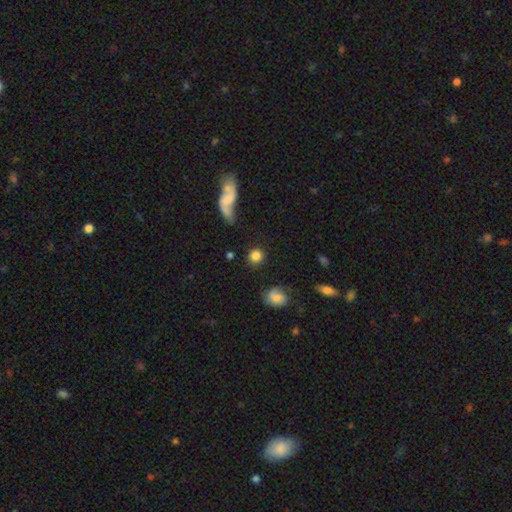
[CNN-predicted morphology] Smooth or featured? Predicted: smooth (p=0.81). How rounded? Predicted: round (p=0.89). Merging? Predicted: none (p=0.80).